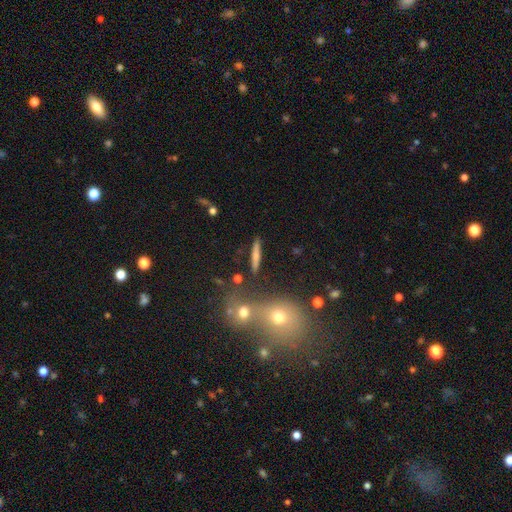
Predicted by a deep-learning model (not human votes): The model was most divided on "smooth or featured": smooth: 59%, featured or disk: 32%, star or artifact: 9%. More confident: how rounded — cigar-shaped (86%); merging — none (83%).